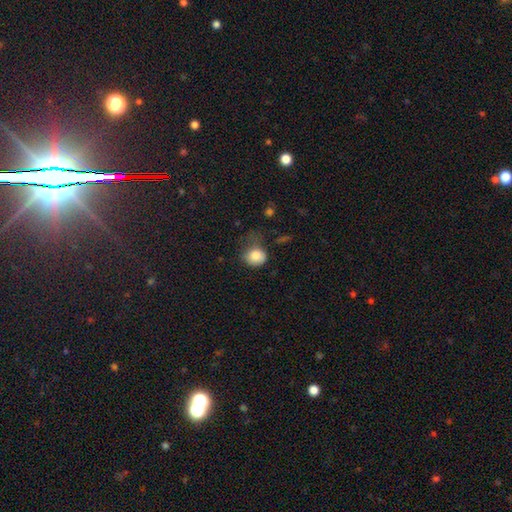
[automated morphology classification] Smooth or featured: smooth — 83% (star or artifact — 9%)
How rounded: round — 65% (in between — 34%)
Merging: minor disturbance — 35% (none — 32%)